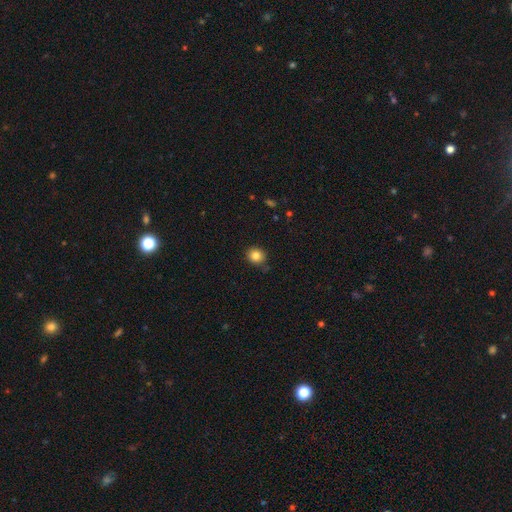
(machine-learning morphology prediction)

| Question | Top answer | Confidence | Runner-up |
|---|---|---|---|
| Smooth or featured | smooth | 84% | star or artifact (11%) |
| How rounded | round | 86% | in between (13%) |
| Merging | none | 81% | minor disturbance (14%) |